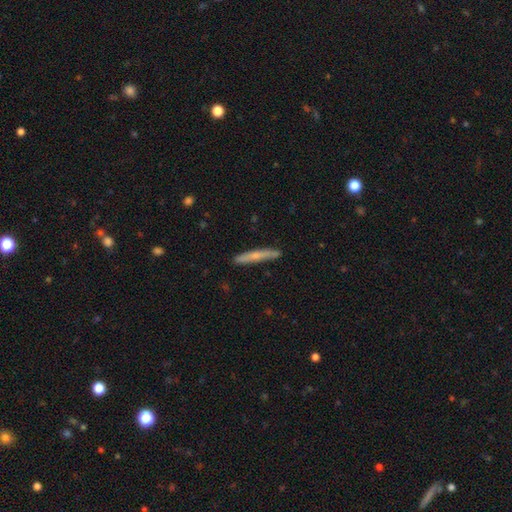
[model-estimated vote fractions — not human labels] A smooth galaxy with no disk features (55%) that is cigar-shaped (95%). Merging: none (87%).